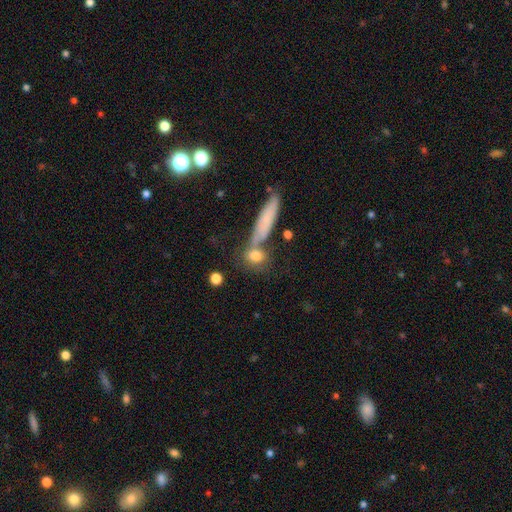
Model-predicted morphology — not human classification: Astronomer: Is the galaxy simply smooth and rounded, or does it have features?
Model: smooth — 74%.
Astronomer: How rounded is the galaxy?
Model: round — 40% (runner-up: in between, 38%).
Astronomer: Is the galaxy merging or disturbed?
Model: none — 55%.